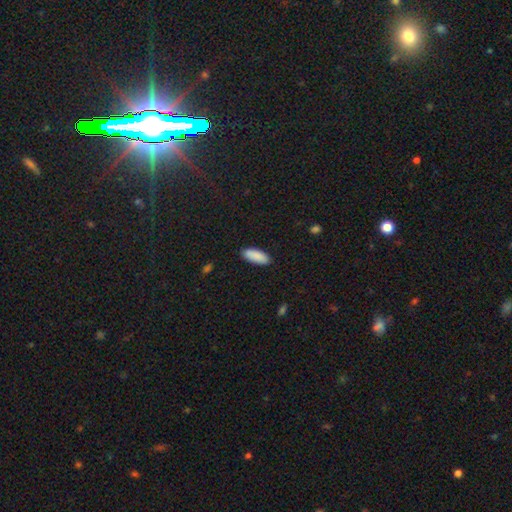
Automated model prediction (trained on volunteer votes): The model was most divided on "how rounded": in between: 77%, cigar-shaped: 21%, round: 2%. More confident: smooth or featured — smooth (90%); merging — none (89%).